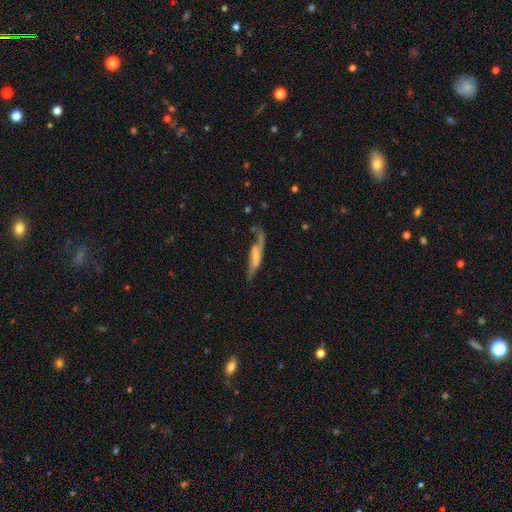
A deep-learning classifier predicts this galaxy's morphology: Smooth or featured? featured or disk (58%)
Edge-on disk? yes (51%)
Merging? none (41%)